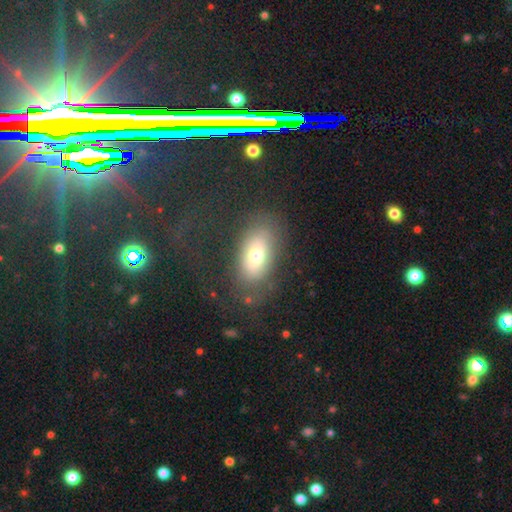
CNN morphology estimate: smooth_or_featured: smooth (p=0.64) [alt: featured or disk p=0.26]
how_rounded: in between (p=0.87) [alt: round p=0.09]
merging: none (p=0.65) [alt: major disturbance p=0.17]